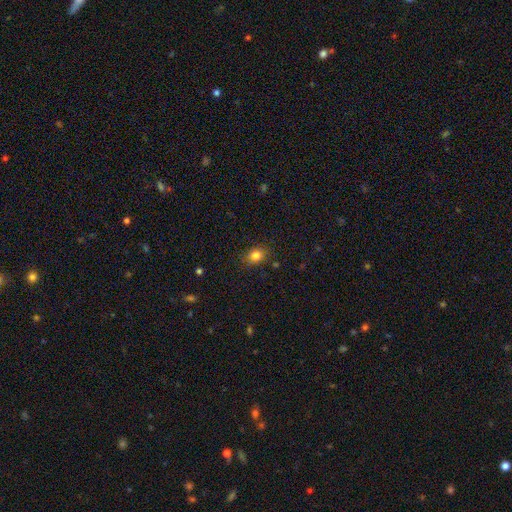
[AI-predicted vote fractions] Smooth or featured?
  - smooth: 82% *
  - star or artifact: 11%
  - featured or disk: 6%
How rounded?
  - in between: 51% *
  - round: 48%
  - cigar-shaped: 1%
Merging?
  - none: 83% *
  - minor disturbance: 12%
  - major disturbance: 3%
  - merger: 1%